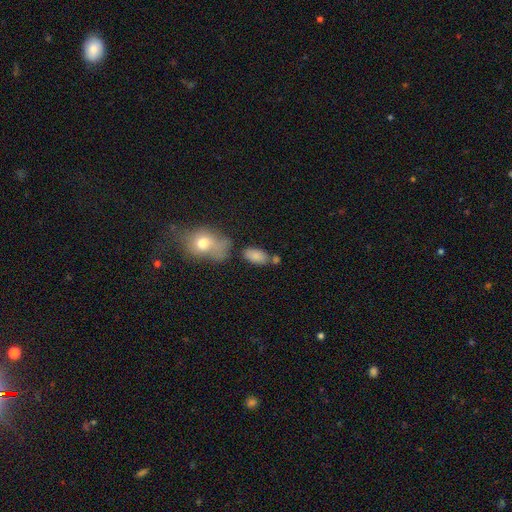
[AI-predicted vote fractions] Q: Smooth or featured?
A: smooth (82%); runner-up: featured or disk (9%)
Q: How rounded?
A: in between (92%); runner-up: round (5%)
Q: Merging?
A: none (61%); runner-up: merger (17%)